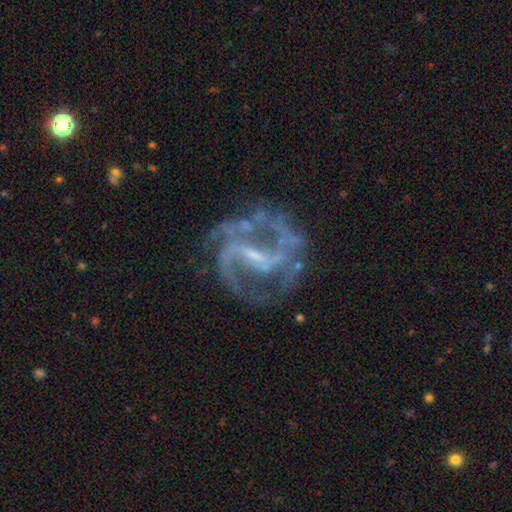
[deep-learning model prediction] smooth-or-featured: featured or disk: 89% | star or artifact: 7% | smooth: 4%
  disk-edge-on: no: 98% | yes: 2%
    bar: strong: 45% | weak: 42% | no: 13%
    has-spiral-arms: yes: 94% | no: 6%
      spiral-winding: medium: 55% | tight: 24% | loose: 21%
      spiral-arm-count: 2: 63% | 3: 15% | can't tell: 11% | 1: 4% | 4: 4% | more than 4: 3%
    bulge-size: small: 58% | moderate: 20% | none: 19% | large: 2% | dominant: 1%
  merging: none: 64% | minor disturbance: 17% | major disturbance: 17% | merger: 3%